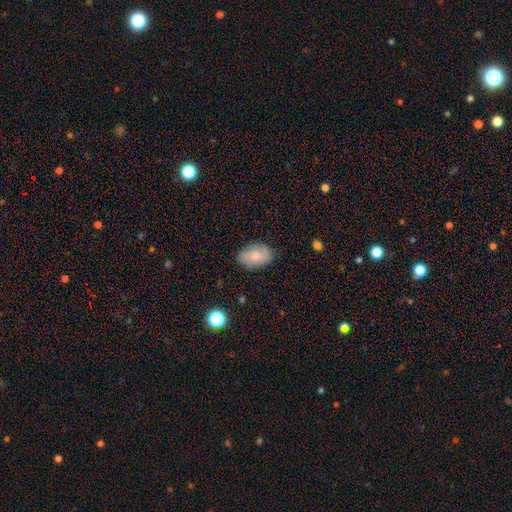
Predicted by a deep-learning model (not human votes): Smooth or featured?
  - smooth: 69% *
  - featured or disk: 24%
  - star or artifact: 8%
How rounded?
  - in between: 87% *
  - round: 12%
  - cigar-shaped: 1%
Merging?
  - none: 79% *
  - minor disturbance: 16%
  - major disturbance: 4%
  - merger: 1%